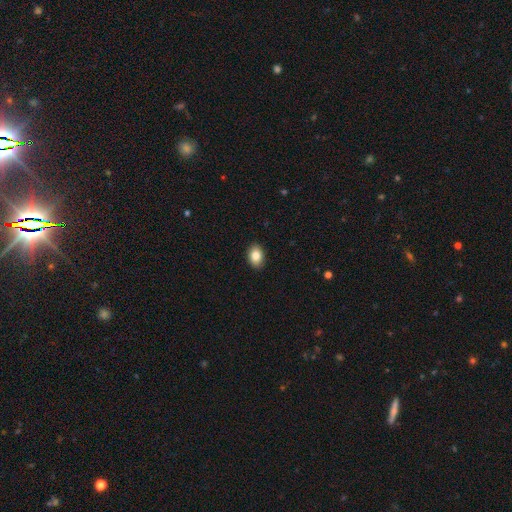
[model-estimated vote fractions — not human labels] smooth-or-featured: smooth: 86% | star or artifact: 8% | featured or disk: 7%
  how-rounded: in between: 83% | round: 16% | cigar-shaped: 1%
  merging: none: 90% | minor disturbance: 7% | major disturbance: 2% | merger: 1%